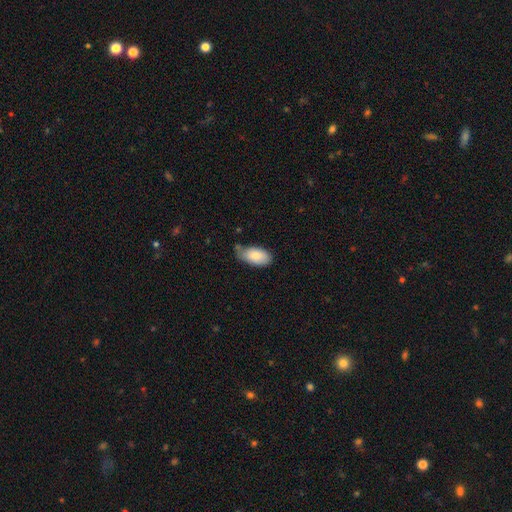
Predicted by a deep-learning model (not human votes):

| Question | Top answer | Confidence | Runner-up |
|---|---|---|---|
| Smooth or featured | smooth | 80% | featured or disk (13%) |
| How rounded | in between | 94% | round (4%) |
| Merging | none | 54% | minor disturbance (34%) |